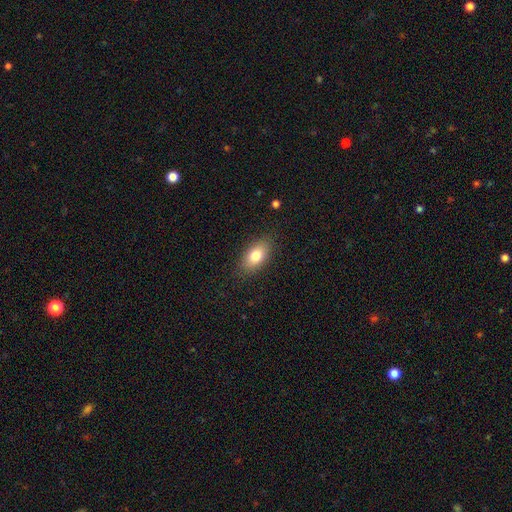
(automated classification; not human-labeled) The model was most divided on "smooth or featured": smooth: 80%, featured or disk: 12%, star or artifact: 7%. More confident: how rounded — in between (89%); merging — none (85%).